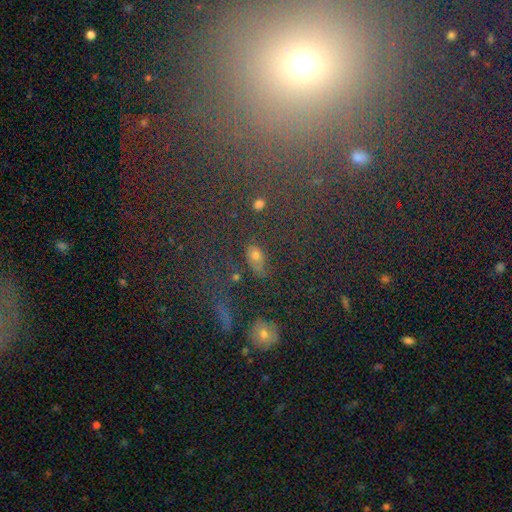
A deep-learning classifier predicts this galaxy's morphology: star or artifact 46%, smooth 37%, featured or disk 17%.